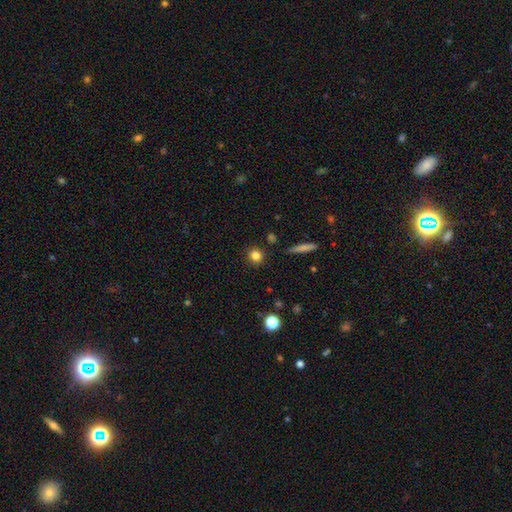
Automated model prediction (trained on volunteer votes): Q: Smooth or featured?
A: smooth (82%); runner-up: star or artifact (12%)
Q: How rounded?
A: round (90%); runner-up: in between (9%)
Q: Merging?
A: none (89%); runner-up: minor disturbance (7%)